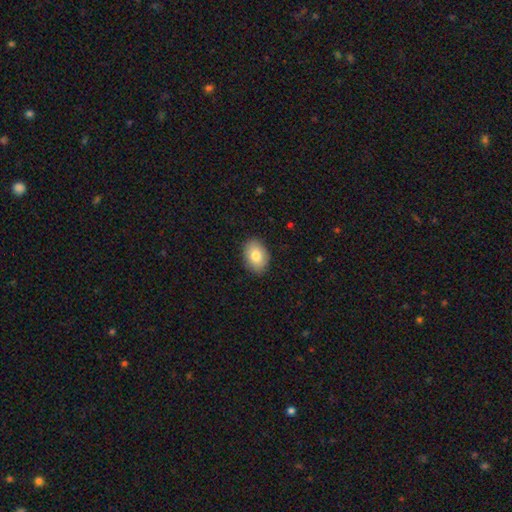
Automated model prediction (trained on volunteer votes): Smooth or featured? smooth (82%)
How rounded? in between (83%)
Merging? none (88%)